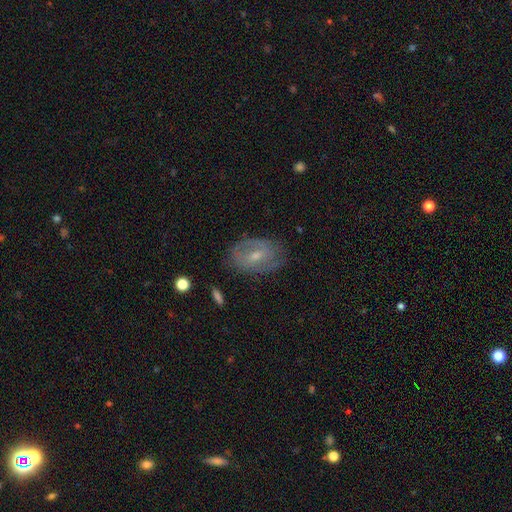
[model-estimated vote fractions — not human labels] The model was most divided on "bulge size": small: 51%, moderate: 43%, none: 3%, large: 2%, dominant: 1%. Remaining: edge-on disk — no (93%); merging — none (69%); spiral arms — yes (65%); smooth or featured — featured or disk (61%); bar — weak (49%).